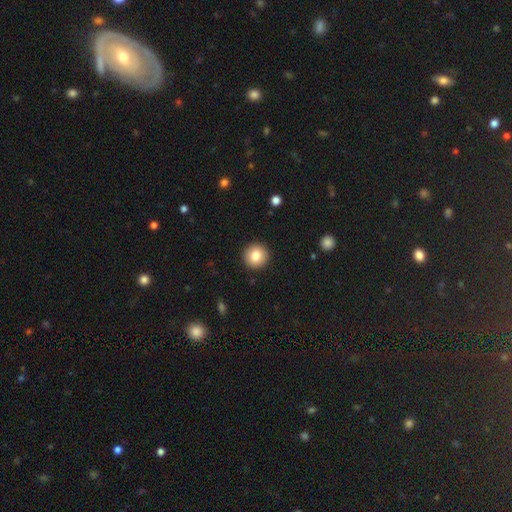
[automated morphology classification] smooth 82%, star or artifact 9%, featured or disk 9%. Down the decision tree: how rounded — round (95%); merging — none (92%).